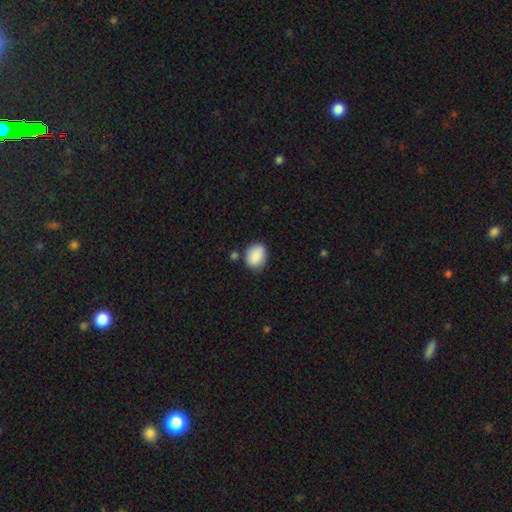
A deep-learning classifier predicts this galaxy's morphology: This appears to be a smooth galaxy with no disk features (89%) that is in between round and cigar-shaped (62%). Merging: none (75%).